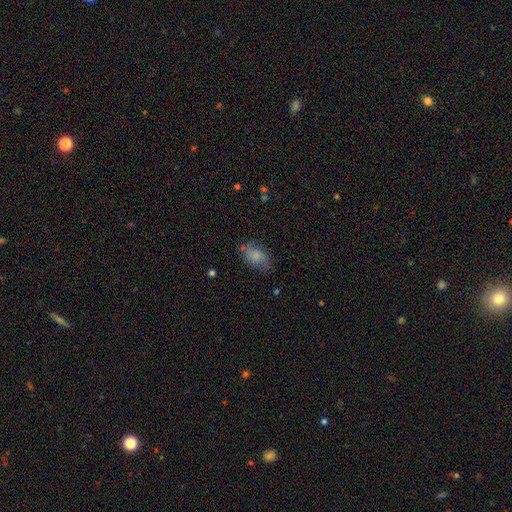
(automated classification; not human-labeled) smooth_or_featured: smooth (p=0.73) [alt: featured or disk p=0.19]
how_rounded: in between (p=0.88) [alt: round p=0.10]
merging: none (p=0.66) [alt: minor disturbance p=0.24]